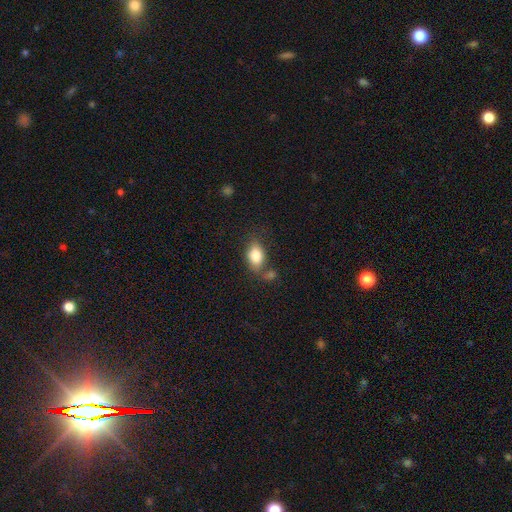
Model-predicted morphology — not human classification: The model was most divided on "merging": none: 55%, minor disturbance: 20%, merger: 18%, major disturbance: 7%. More confident: how rounded — in between (83%); smooth or featured — smooth (82%).